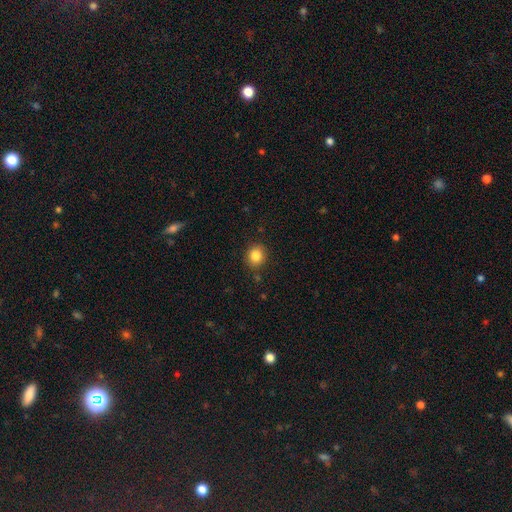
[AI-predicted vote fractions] This appears to be a smooth galaxy with no disk features (84%) that is round (77%). Merging: none (87%).